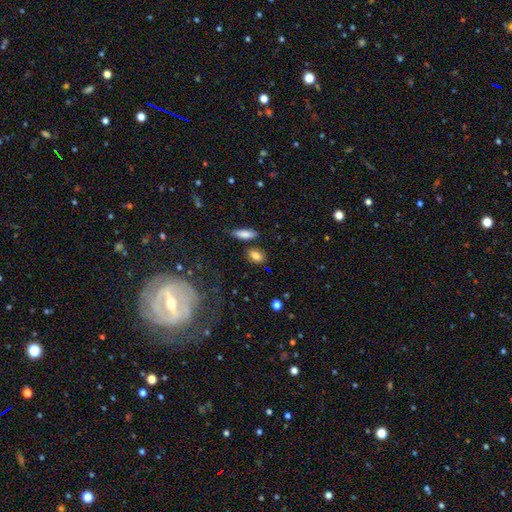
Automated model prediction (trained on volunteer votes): This is clearly a smooth galaxy (81%). How rounded: likely in between (76%). Merging: likely none (79%).